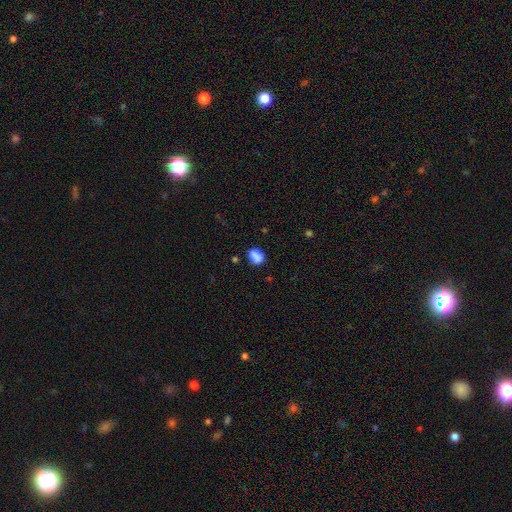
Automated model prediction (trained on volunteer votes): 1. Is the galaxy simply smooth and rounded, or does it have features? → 86% smooth, 9% star or artifact, 5% featured or disk.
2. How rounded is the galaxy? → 73% in between, 25% round, 2% cigar-shaped.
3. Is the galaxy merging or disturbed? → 74% none, 18% minor disturbance, 5% merger, 4% major disturbance.